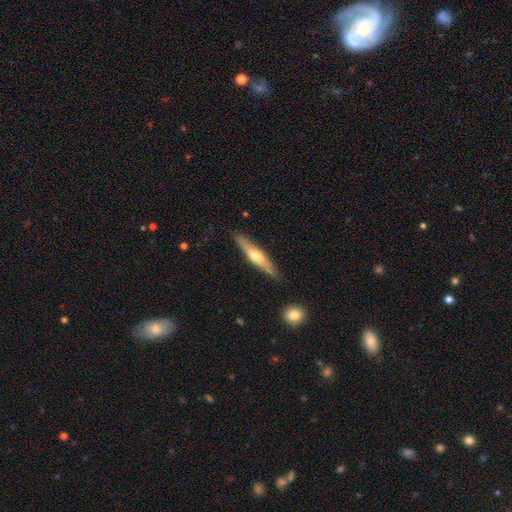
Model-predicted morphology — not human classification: This is possibly a featured or disk galaxy (52%). It is clearly viewed edge-on (92%). Merging: clearly none (87%).